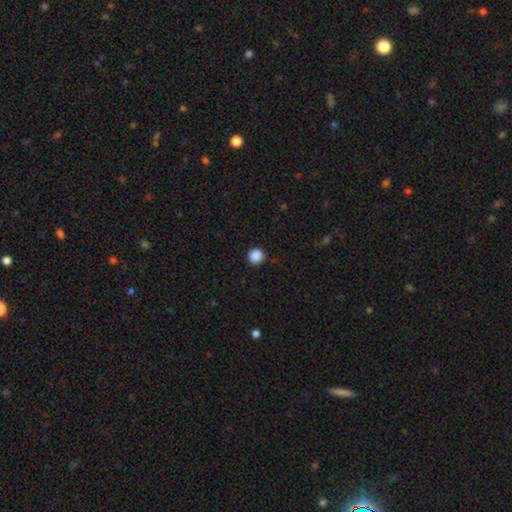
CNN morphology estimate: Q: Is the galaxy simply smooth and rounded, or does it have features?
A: smooth — 88%.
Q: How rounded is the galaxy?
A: round — 95%.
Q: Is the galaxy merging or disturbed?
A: none — 92%.